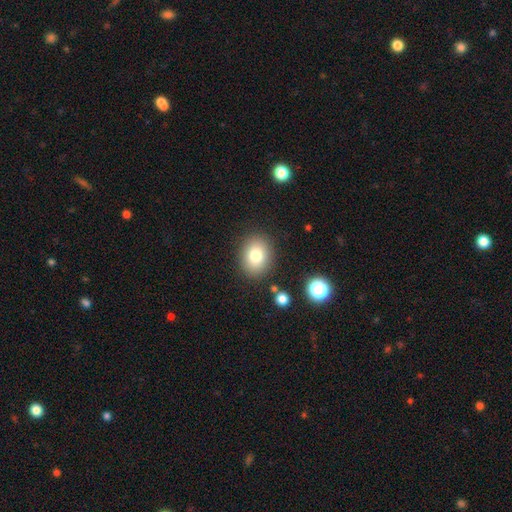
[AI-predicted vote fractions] This is likely a smooth galaxy (79%). How rounded: possibly in between (50%). Merging: clearly none (85%).